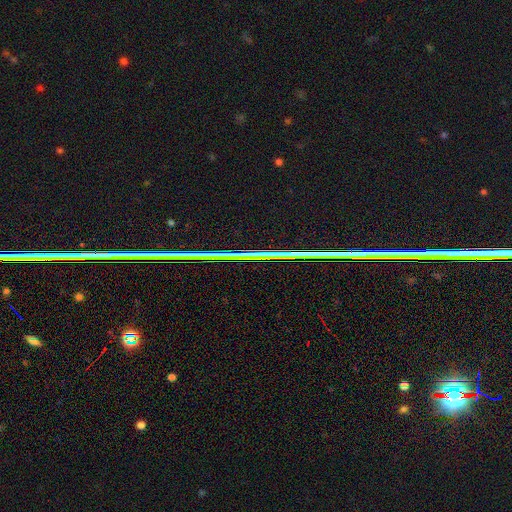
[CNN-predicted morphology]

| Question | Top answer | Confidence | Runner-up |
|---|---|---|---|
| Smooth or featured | star or artifact | 78% | featured or disk (13%) |